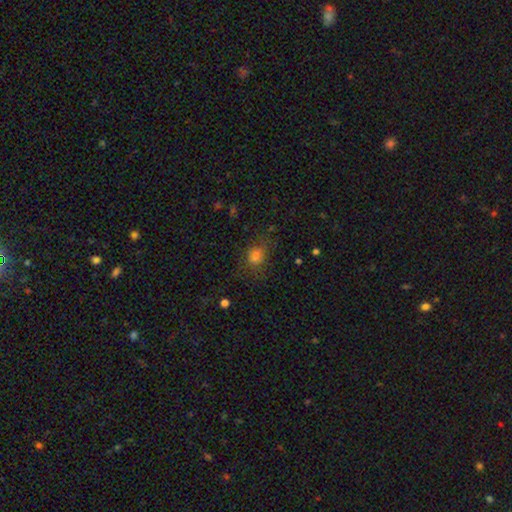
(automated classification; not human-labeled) Smooth or featured? Predicted: smooth (p=0.69). How rounded? Predicted: in between (p=0.58). Merging? Predicted: none (p=0.63).